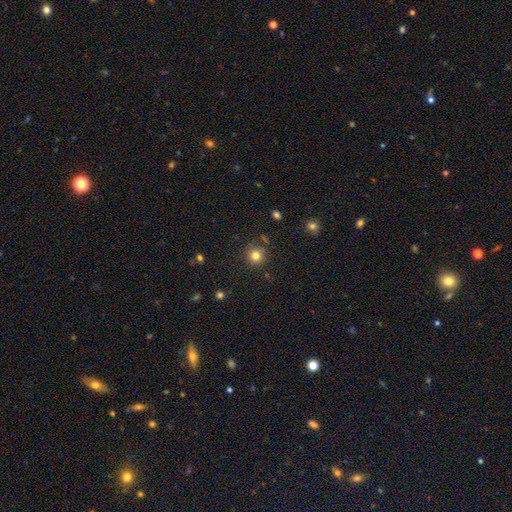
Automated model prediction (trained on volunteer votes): Smooth or featured: smooth — 80% (star or artifact — 14%)
How rounded: round — 93% (in between — 6%)
Merging: none — 84% (minor disturbance — 9%)